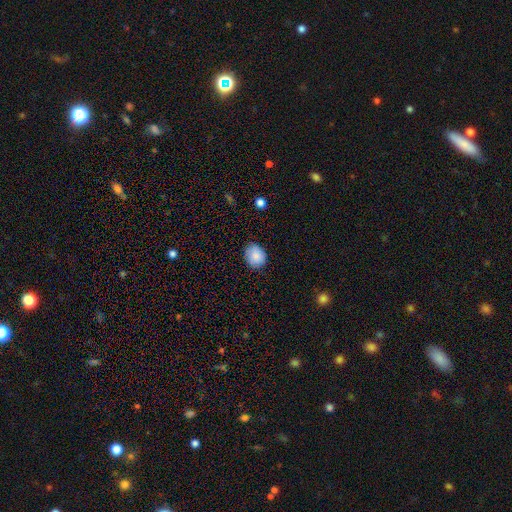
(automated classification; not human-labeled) Smooth or featured? smooth (85%)
How rounded? round (52%)
Merging? none (79%)